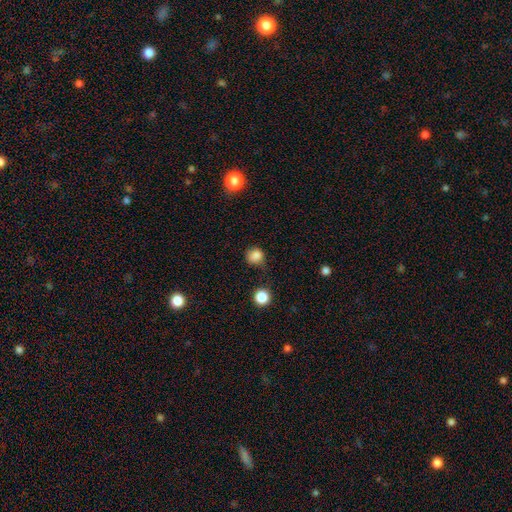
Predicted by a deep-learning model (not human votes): Smooth or featured: smooth — 83% (star or artifact — 13%)
How rounded: round — 83% (in between — 16%)
Merging: none — 60% (minor disturbance — 27%)